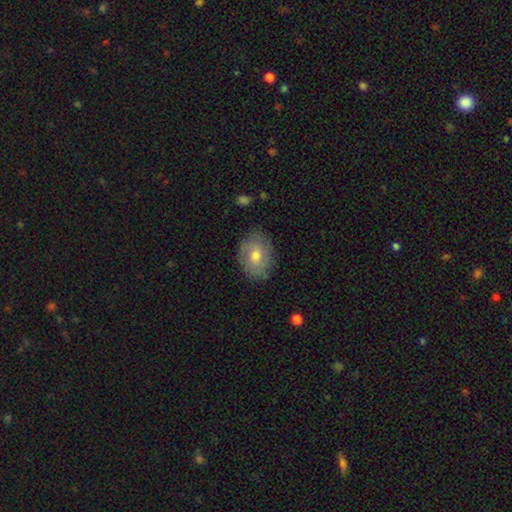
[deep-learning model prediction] Smooth or featured: smooth — 65% (featured or disk — 27%)
How rounded: in between — 70% (round — 29%)
Merging: none — 81% (minor disturbance — 15%)